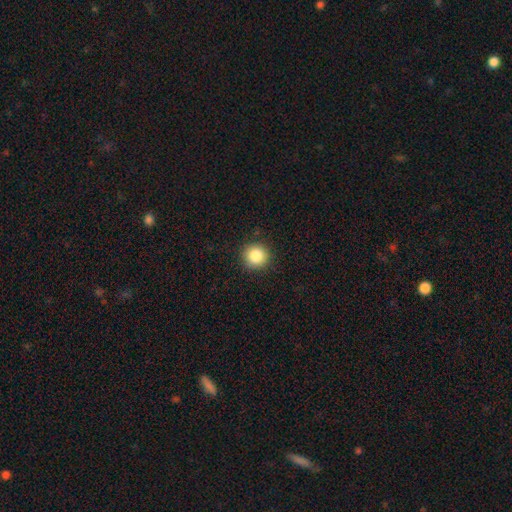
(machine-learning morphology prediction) A smooth galaxy with no disk features (86%) that is round (94%). Merging: none (91%).